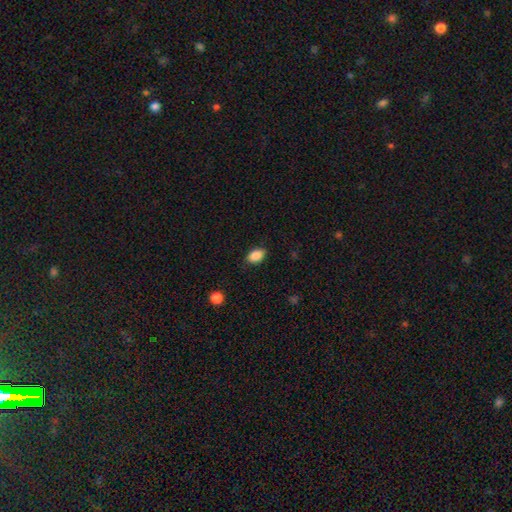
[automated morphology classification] A smooth galaxy with no disk features (88%) that is in between round and cigar-shaped (85%). Merging: none (84%).